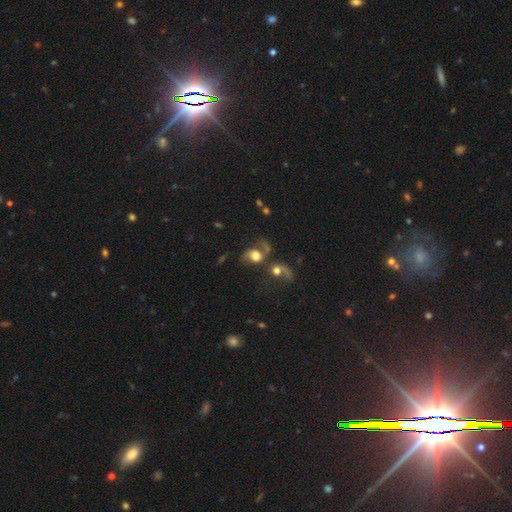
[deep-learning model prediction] Q: Smooth or featured?
A: smooth (52%); runner-up: featured or disk (36%)
Q: How rounded?
A: round (54%); runner-up: in between (44%)
Q: Merging?
A: merger (35%); runner-up: none (29%)